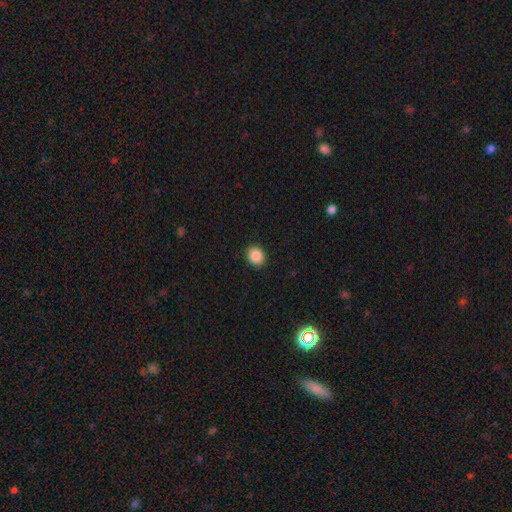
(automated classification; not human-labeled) Overall: smooth (88%). How rounded: round (61%; in between 38%). Merging: none (90%).